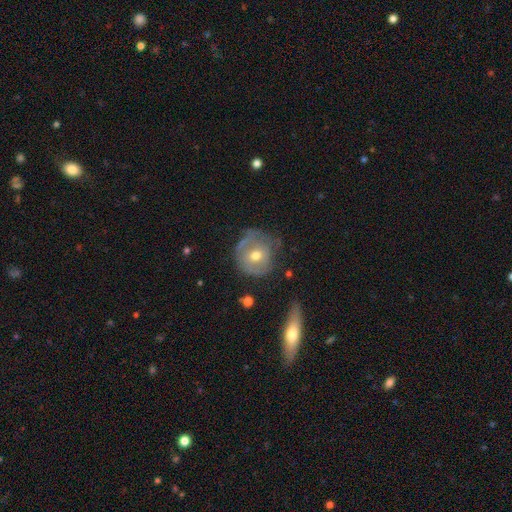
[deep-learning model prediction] Overall: featured or disk (49%; smooth 43%). Merging: none (51%; minor disturbance 28%).